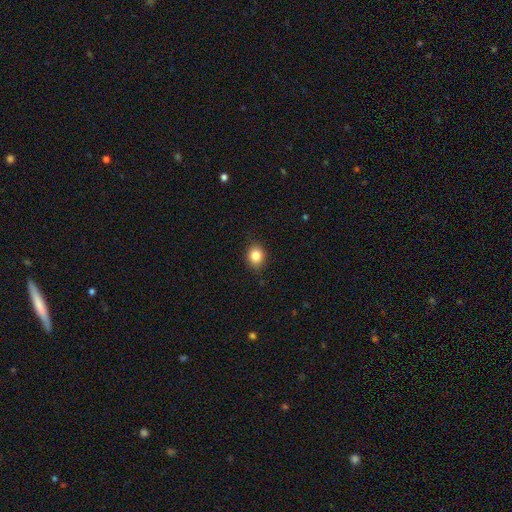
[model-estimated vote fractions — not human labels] The model was most divided on "how rounded": round: 65%, in between: 34%, cigar-shaped: 1%. More confident: merging — none (87%); smooth or featured — smooth (84%).